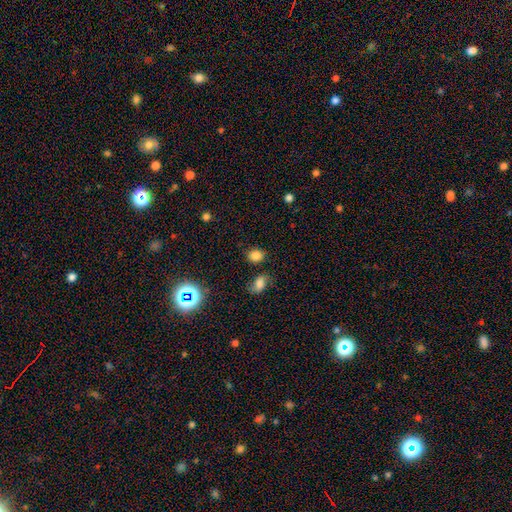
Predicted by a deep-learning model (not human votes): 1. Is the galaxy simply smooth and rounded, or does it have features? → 81% smooth, 13% star or artifact, 6% featured or disk.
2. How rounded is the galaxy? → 52% round, 47% in between, 1% cigar-shaped.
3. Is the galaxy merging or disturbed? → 79% none, 12% minor disturbance, 6% merger, 4% major disturbance.